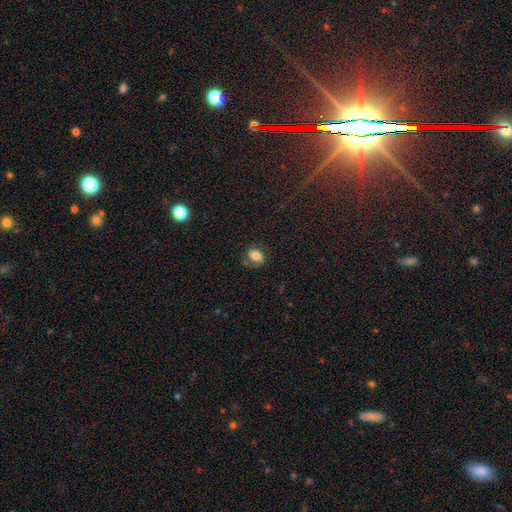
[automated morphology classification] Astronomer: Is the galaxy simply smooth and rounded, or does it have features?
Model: smooth — 71%.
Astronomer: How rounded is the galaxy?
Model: in between — 77%.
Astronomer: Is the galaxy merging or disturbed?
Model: none — 62%.